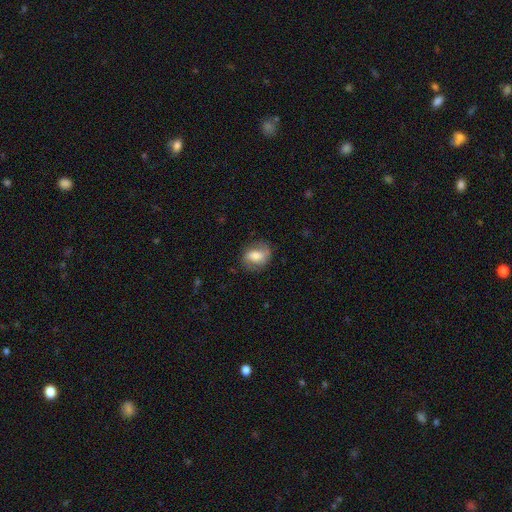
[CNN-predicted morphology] Overall: smooth (56%; featured or disk 36%). How rounded: in between (63%; round 35%). Merging: none (73%).